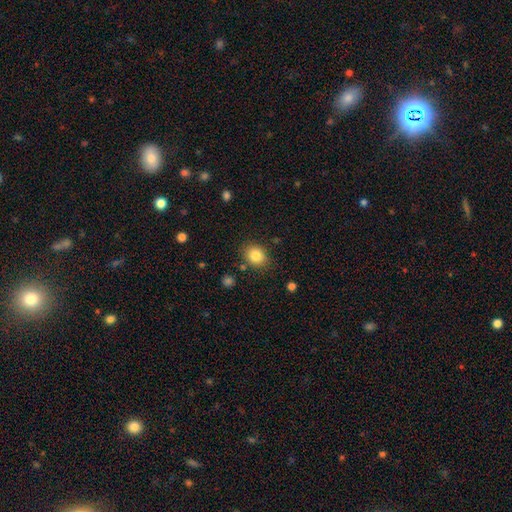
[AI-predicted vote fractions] This appears to be a smooth galaxy with no disk features (83%) that is round (64%). Merging: none (84%).